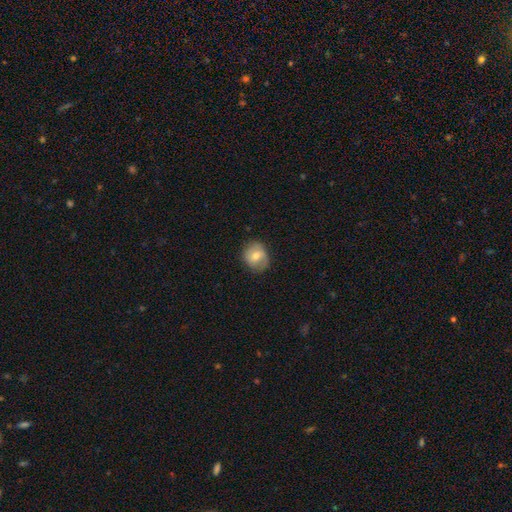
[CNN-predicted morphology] smooth_or_featured: smooth (p=0.57) [alt: featured or disk p=0.35]
how_rounded: round (p=0.68) [alt: in between p=0.31]
merging: none (p=0.73) [alt: minor disturbance p=0.20]